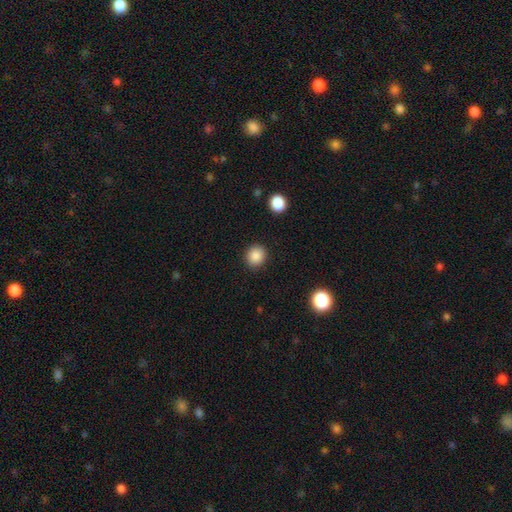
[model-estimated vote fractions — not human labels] Smooth or featured? Predicted: smooth (p=0.87). How rounded? Predicted: round (p=0.82). Merging? Predicted: none (p=0.90).